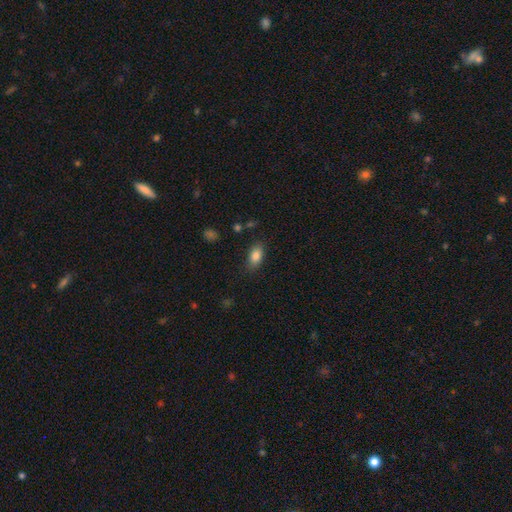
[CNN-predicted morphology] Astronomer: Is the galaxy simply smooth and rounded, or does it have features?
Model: smooth — 85%.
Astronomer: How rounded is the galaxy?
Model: in between — 89%.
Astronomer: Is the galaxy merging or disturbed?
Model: none — 82%.